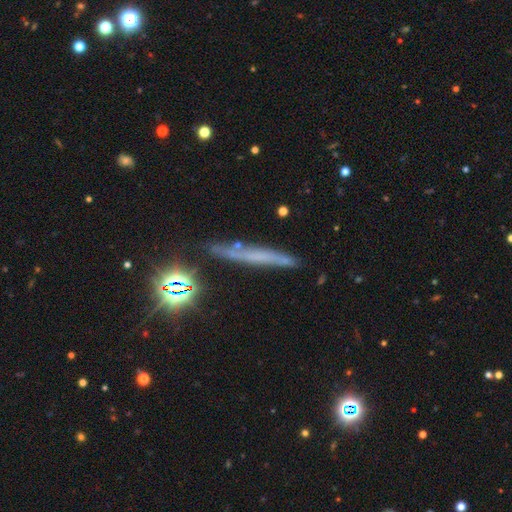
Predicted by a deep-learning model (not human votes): Smooth or featured: featured or disk — 47% (smooth — 34%)
Merging: none — 72% (minor disturbance — 19%)